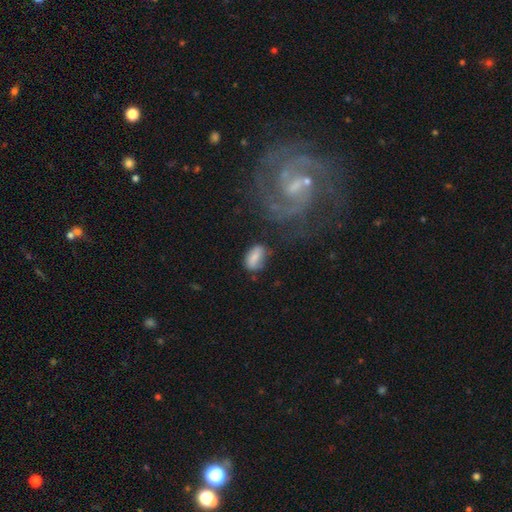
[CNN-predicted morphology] smooth 75%, featured or disk 17%, star or artifact 8%. Down the decision tree: how rounded — in between (88%); merging — none (63%).